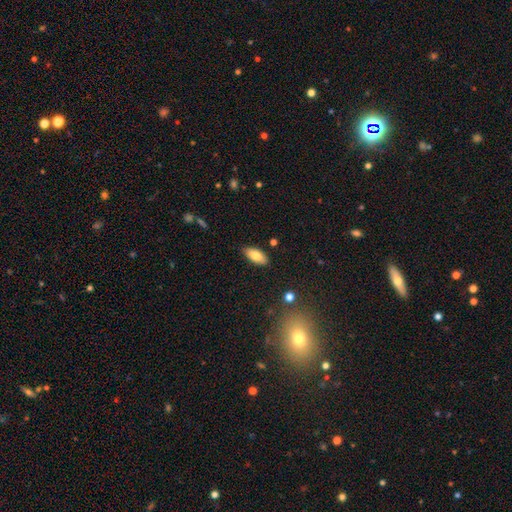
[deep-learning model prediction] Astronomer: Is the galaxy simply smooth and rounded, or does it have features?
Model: smooth — 80%.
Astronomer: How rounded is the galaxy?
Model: in between — 87%.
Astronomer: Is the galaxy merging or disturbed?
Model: none — 86%.